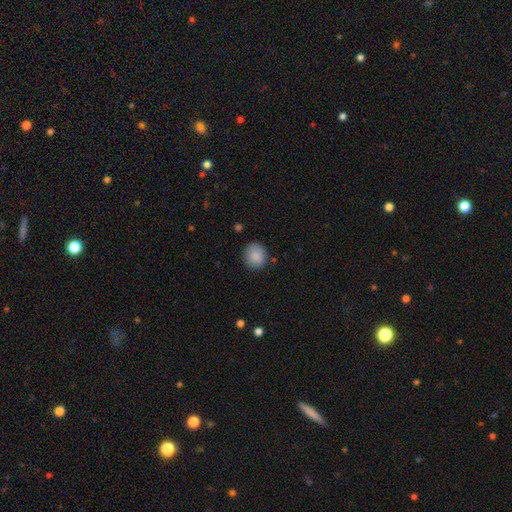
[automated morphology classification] This appears to be a smooth galaxy with no disk features (88%) that is round (88%). Merging: none (86%).